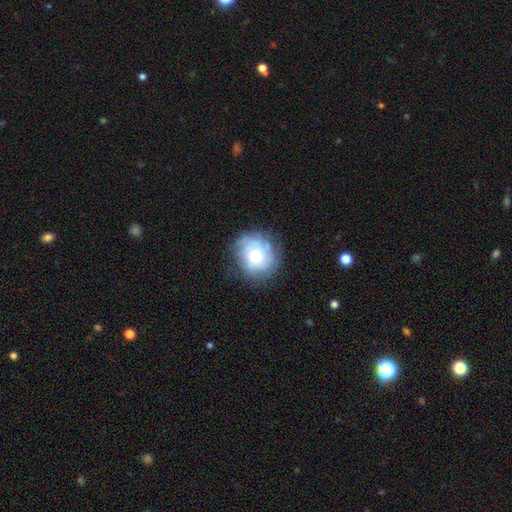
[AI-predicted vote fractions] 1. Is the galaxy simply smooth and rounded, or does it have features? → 48% featured or disk, 43% smooth, 9% star or artifact.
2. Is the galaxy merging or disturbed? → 69% none, 20% minor disturbance, 9% major disturbance, 2% merger.